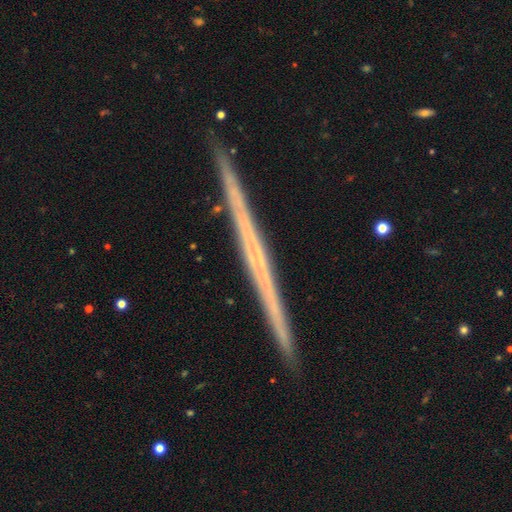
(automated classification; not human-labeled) A featured or disk galaxy (74%) viewed edge-on (98%) with no central bulge (84%).

Vote fractions:
- Smooth or featured? featured or disk: 74% / smooth: 18% / star or artifact: 8%
- Edge-on disk? yes: 98% / no: 2%
- Edge-on bulge? none: 84% / rounded: 12% / boxy: 4%
- Merging? none: 91% / minor disturbance: 6% / major disturbance: 1% / merger: 1%